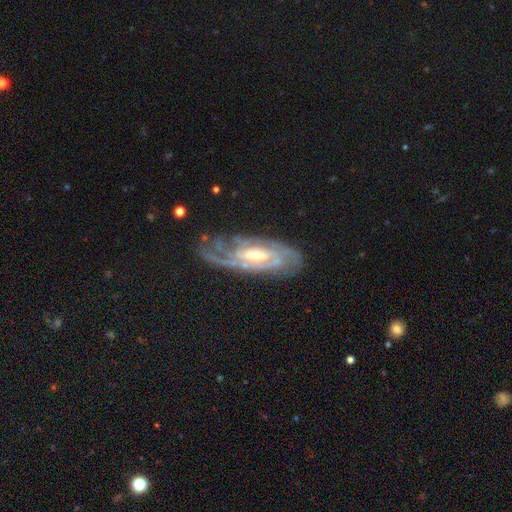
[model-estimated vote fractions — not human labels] smooth_or_featured: featured or disk (p=0.88) [alt: smooth p=0.07]
disk_edge_on: no (p=0.92) [alt: yes p=0.08]
bar: weak (p=0.45) [alt: no p=0.35]
has_spiral_arms: yes (p=0.96) [alt: no p=0.04]
spiral_winding: tight (p=0.63) [alt: medium p=0.31]
spiral_arm_count: 2 (p=0.32) [alt: can't tell p=0.30]
bulge_size: moderate (p=0.48) [alt: small p=0.43]
merging: none (p=0.68) [alt: minor disturbance p=0.20]